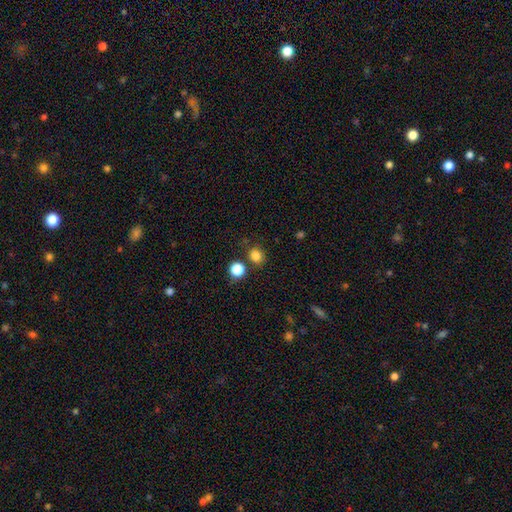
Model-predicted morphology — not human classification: This is clearly a smooth galaxy (83%). How rounded: likely round (79%). Merging: likely none (78%).